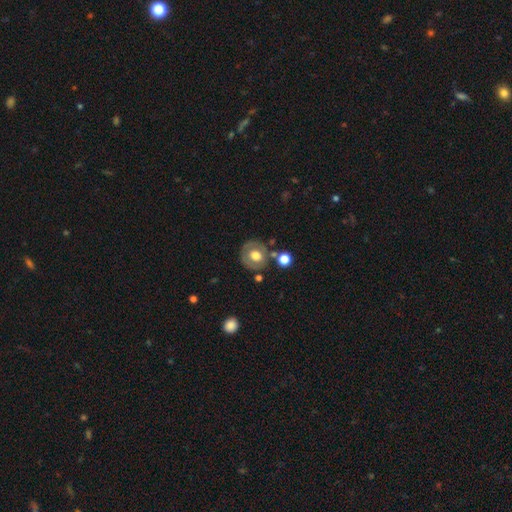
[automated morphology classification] A smooth galaxy with no disk features (53%) that is round (81%). Merging: none (72%).